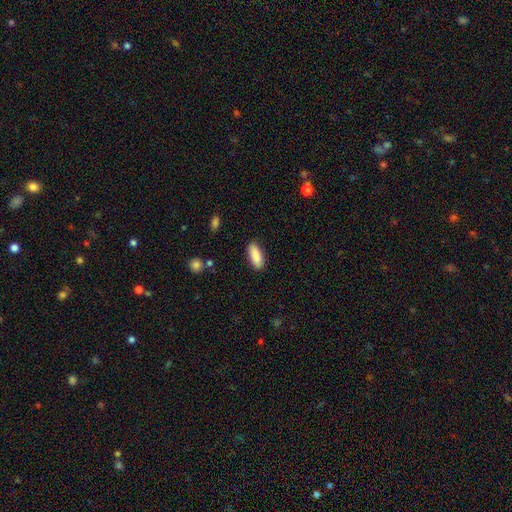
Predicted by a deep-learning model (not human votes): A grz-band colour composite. It shows a smooth galaxy with no disk features (88%) that is in between round and cigar-shaped (76%). Merging: none (87%).